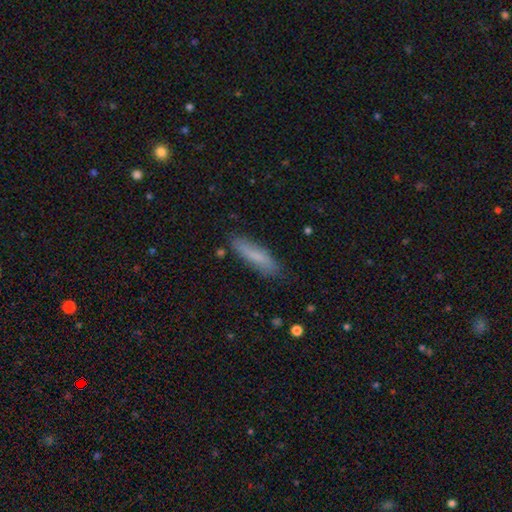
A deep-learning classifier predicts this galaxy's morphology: Smooth or featured?
  - smooth: 76% *
  - featured or disk: 17%
  - star or artifact: 7%
How rounded?
  - cigar-shaped: 74% *
  - in between: 25%
  - round: 1%
Merging?
  - none: 81% *
  - minor disturbance: 15%
  - major disturbance: 3%
  - merger: 2%